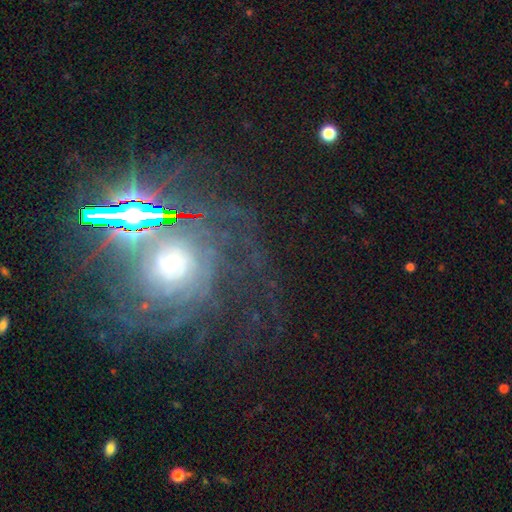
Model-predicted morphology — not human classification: Overall: featured or disk (67%). Edge-on disk: no (94%). Bar: no (77%). Spiral arms: yes (90%). Spiral arm count: can't tell (37%; 2 15%). Spiral winding: tight (62%; medium 27%). Bulge size: small (52%; moderate 33%). Merging: none (64%).